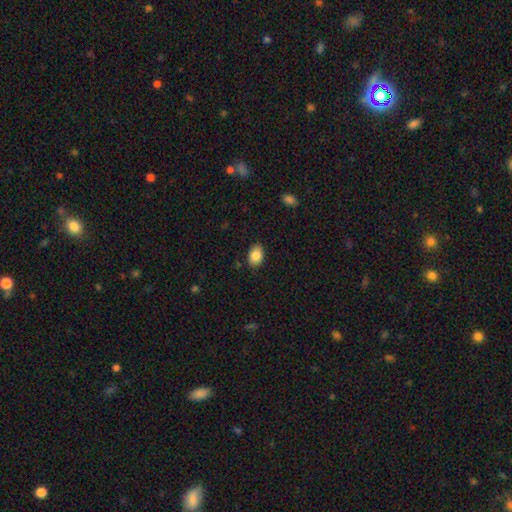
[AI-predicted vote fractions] A smooth galaxy with no disk features (86%) that is in between round and cigar-shaped (86%).

Vote fractions:
- Smooth or featured? smooth: 86% / star or artifact: 8% / featured or disk: 6%
- How rounded? in between: 86% / round: 13% / cigar-shaped: 1%
- Merging? none: 85% / minor disturbance: 11% / major disturbance: 2% / merger: 1%